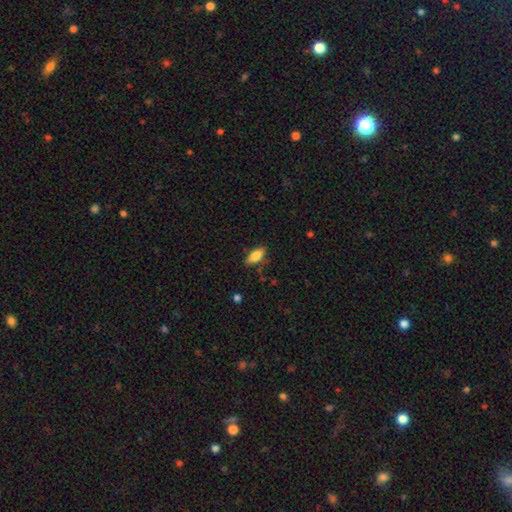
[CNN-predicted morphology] Q: Smooth or featured?
A: smooth (79%); runner-up: featured or disk (14%)
Q: How rounded?
A: in between (81%); runner-up: cigar-shaped (17%)
Q: Merging?
A: none (80%); runner-up: minor disturbance (16%)